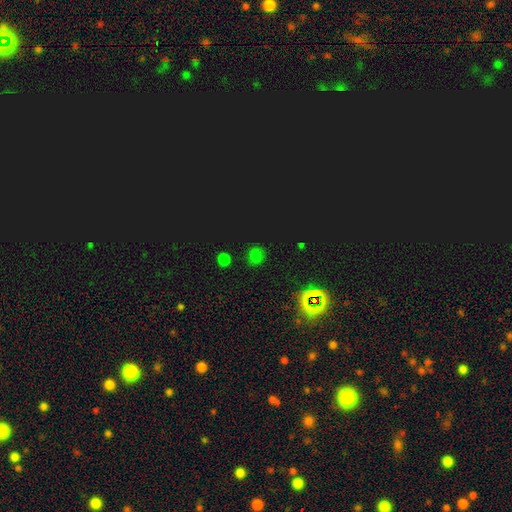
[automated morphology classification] Smooth or featured? Predicted: smooth (p=0.52). How rounded? Predicted: round (p=0.84). Merging? Predicted: none (p=0.86).